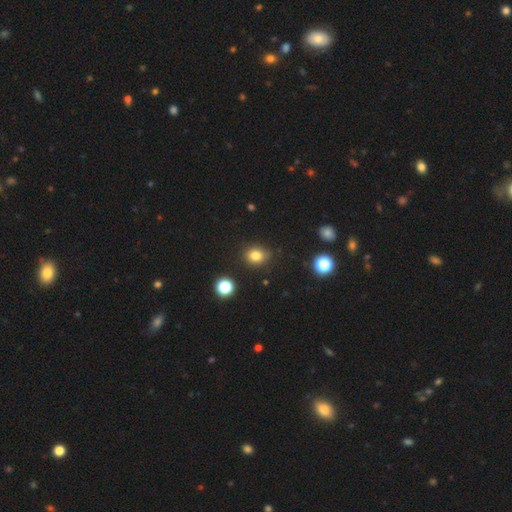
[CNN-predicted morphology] Q: Smooth or featured?
A: smooth (80%); runner-up: star or artifact (14%)
Q: How rounded?
A: round (65%); runner-up: in between (34%)
Q: Merging?
A: none (83%); runner-up: minor disturbance (12%)